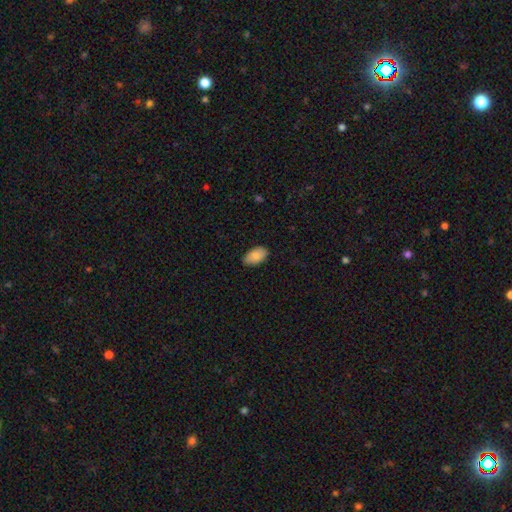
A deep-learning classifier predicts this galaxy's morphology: smooth_or_featured: smooth (p=0.86) [alt: featured or disk p=0.08]
how_rounded: in between (p=0.95) [alt: round p=0.04]
merging: none (p=0.85) [alt: minor disturbance p=0.12]